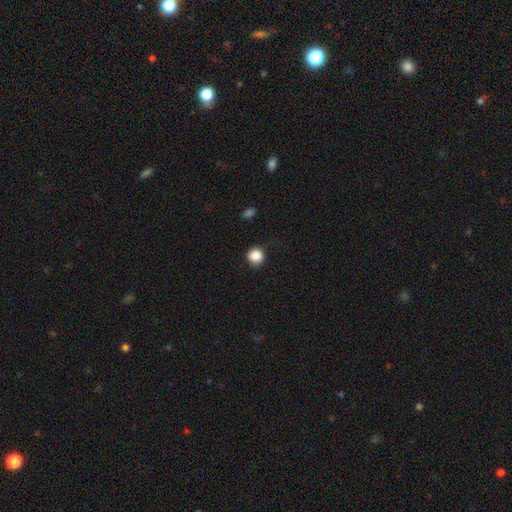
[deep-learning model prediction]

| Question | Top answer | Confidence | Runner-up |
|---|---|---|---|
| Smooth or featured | smooth | 87% | star or artifact (10%) |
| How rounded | round | 93% | in between (6%) |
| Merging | none | 86% | minor disturbance (10%) |